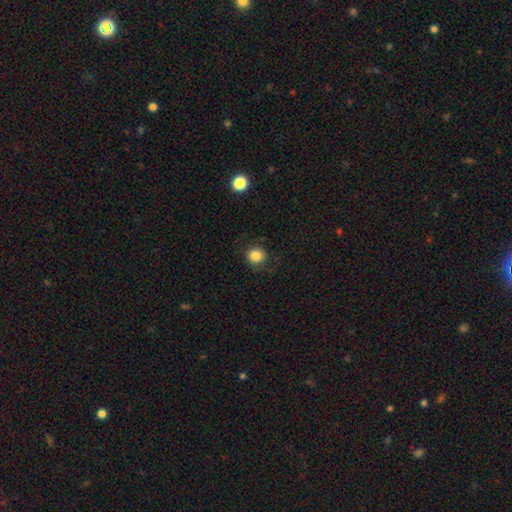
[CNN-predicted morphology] A smooth galaxy with no disk features (84%) that is round (85%). Merging: none (85%).